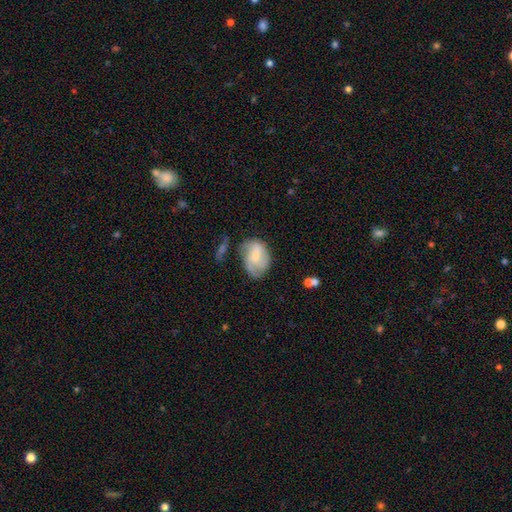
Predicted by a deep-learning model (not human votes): Smooth or featured: smooth — 50% (featured or disk — 42%)
How rounded: in between — 74% (round — 25%)
Merging: none — 43% (minor disturbance — 32%)